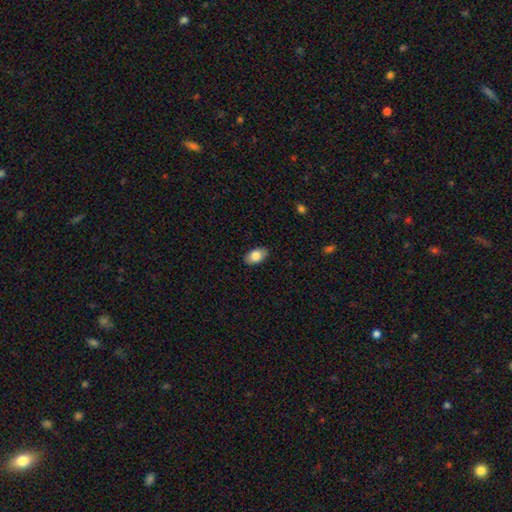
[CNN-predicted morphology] A smooth galaxy with no disk features (82%) that is in between round and cigar-shaped (92%).

Vote fractions:
- Smooth or featured? smooth: 82% / featured or disk: 11% / star or artifact: 7%
- How rounded? in between: 92% / round: 6% / cigar-shaped: 2%
- Merging? none: 88% / minor disturbance: 9% / major disturbance: 2% / merger: 1%